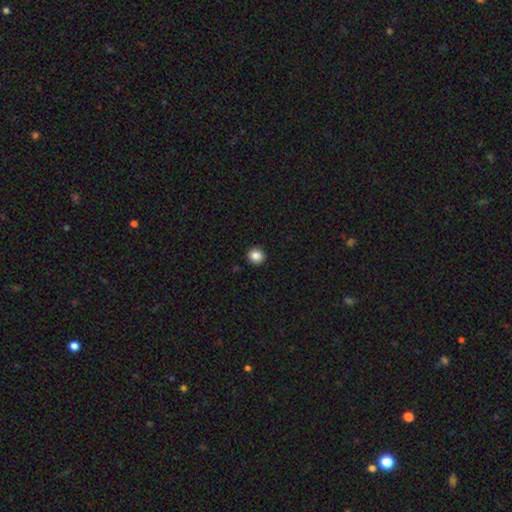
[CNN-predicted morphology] Smooth or featured: smooth — 85% (star or artifact — 10%)
How rounded: round — 90% (in between — 9%)
Merging: none — 93% (minor disturbance — 5%)